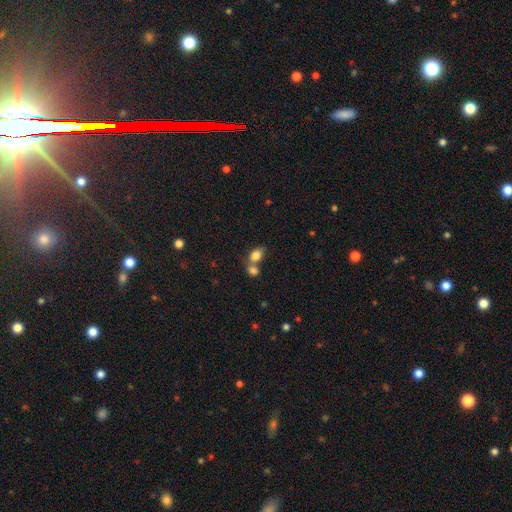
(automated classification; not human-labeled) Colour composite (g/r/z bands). It shows a smooth galaxy with no disk features (81%) that is in between round and cigar-shaped (73%). Merging: merger (53%).